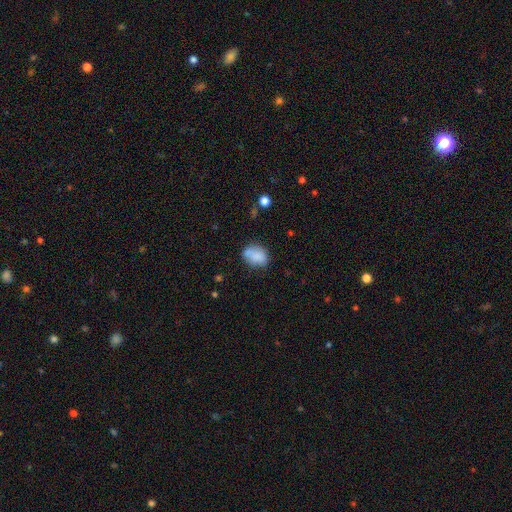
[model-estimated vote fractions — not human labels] This appears to be a smooth galaxy with no disk features (76%) that is in between round and cigar-shaped (62%). Merging: none (53%).